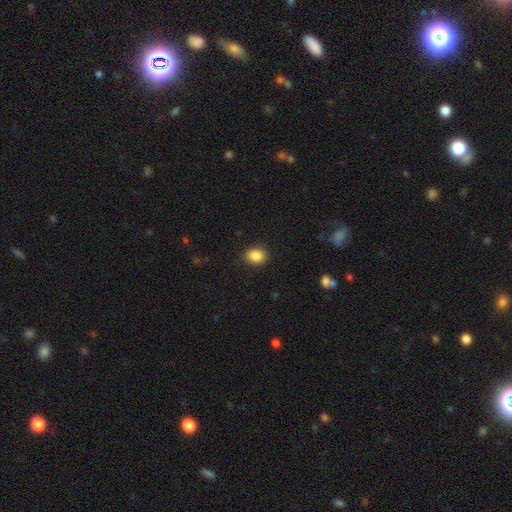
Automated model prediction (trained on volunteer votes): smooth 87%, star or artifact 9%, featured or disk 4%. Down the decision tree: how rounded — in between (50%); merging — none (88%).